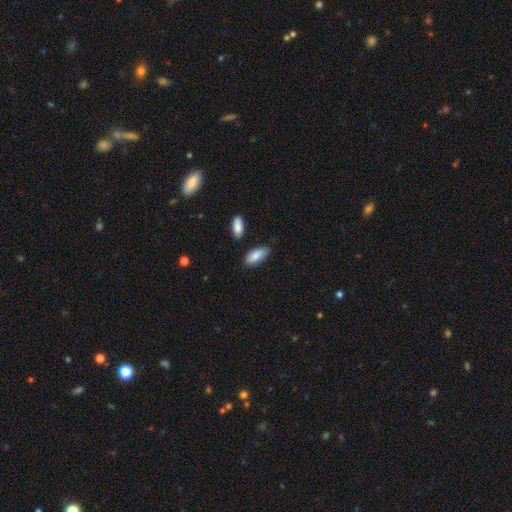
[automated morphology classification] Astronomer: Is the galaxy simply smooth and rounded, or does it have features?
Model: smooth — 86%.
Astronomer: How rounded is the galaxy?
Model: in between — 89%.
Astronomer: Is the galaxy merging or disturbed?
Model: none — 70%.